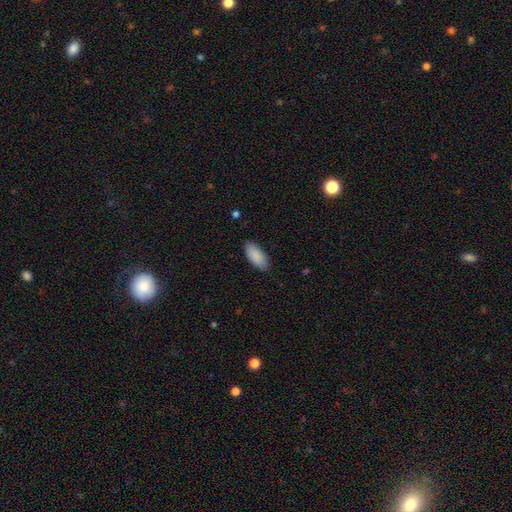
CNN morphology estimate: The model was most divided on "merging": none: 85%, minor disturbance: 11%, major disturbance: 2%, merger: 1%. More confident: how rounded — in between (91%); smooth or featured — smooth (89%).